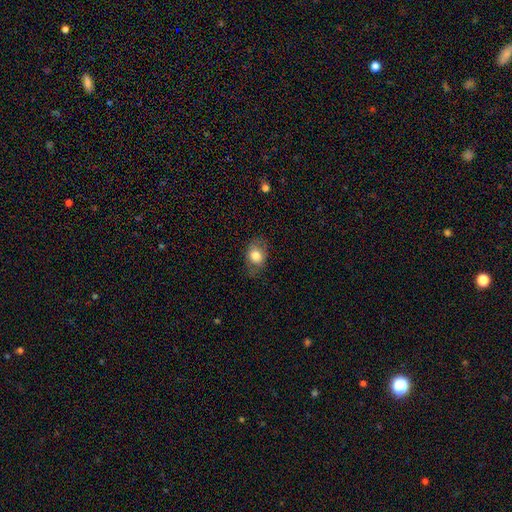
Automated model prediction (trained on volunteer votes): smooth-or-featured: smooth: 74% | featured or disk: 18% | star or artifact: 8%
  how-rounded: in between: 67% | round: 32% | cigar-shaped: 1%
  merging: none: 71% | minor disturbance: 20% | major disturbance: 8% | merger: 1%